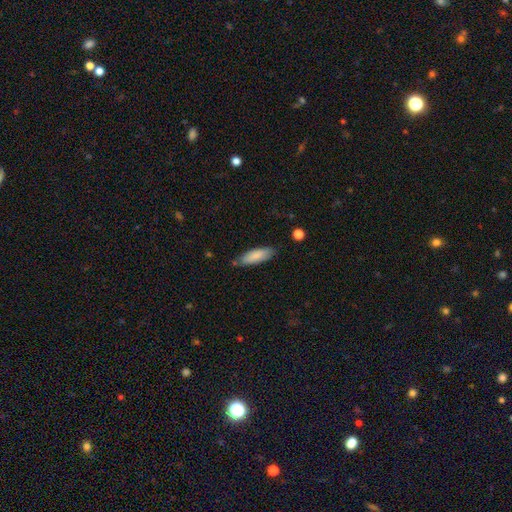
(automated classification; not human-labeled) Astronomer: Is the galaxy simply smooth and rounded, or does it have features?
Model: smooth — 84%.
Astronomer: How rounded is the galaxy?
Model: in between — 52% (runner-up: cigar-shaped, 46%).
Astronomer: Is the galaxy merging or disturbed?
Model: none — 77%.